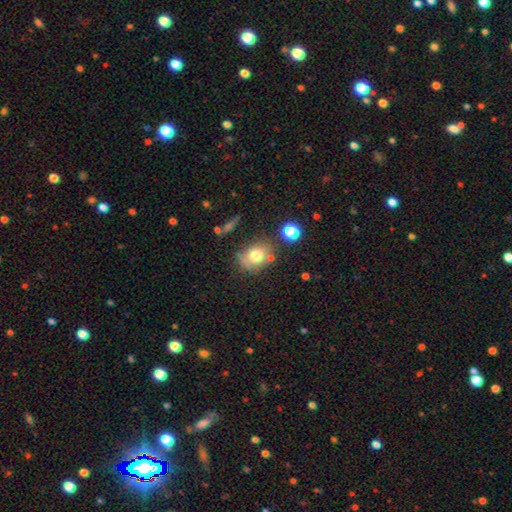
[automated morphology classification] Q: Smooth or featured?
A: smooth (72%); runner-up: featured or disk (16%)
Q: How rounded?
A: round (54%); runner-up: in between (45%)
Q: Merging?
A: none (59%); runner-up: minor disturbance (22%)